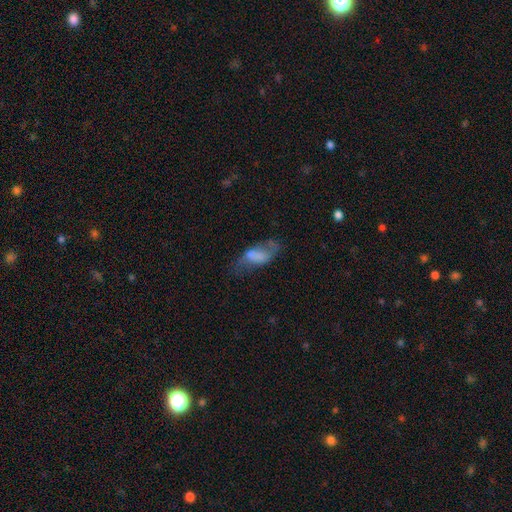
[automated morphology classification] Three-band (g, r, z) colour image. It shows a smooth galaxy with no disk features (50%) that is in between round and cigar-shaped (88%). Merging: major disturbance (35%, tied with none).